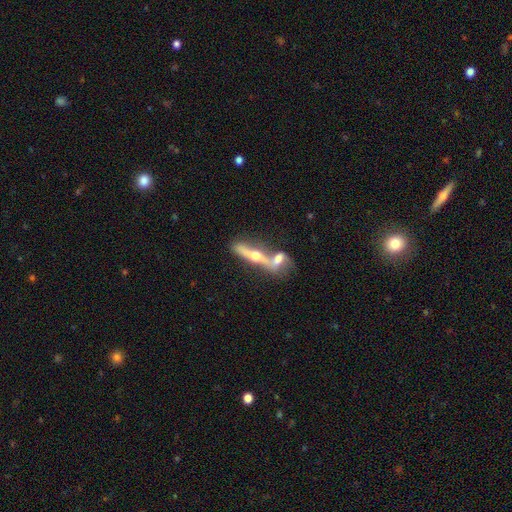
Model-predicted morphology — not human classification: A featured or disk galaxy (71%) viewed edge-on (86%) with a rounded central bulge (94%). Merging: merger (48%).